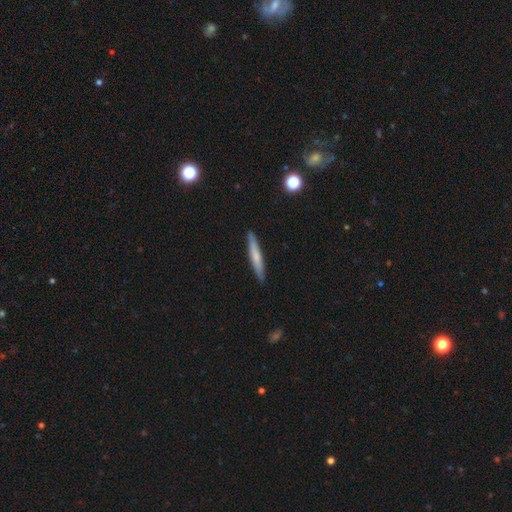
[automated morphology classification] Smooth or featured? smooth (62%)
How rounded? cigar-shaped (95%)
Merging? none (90%)